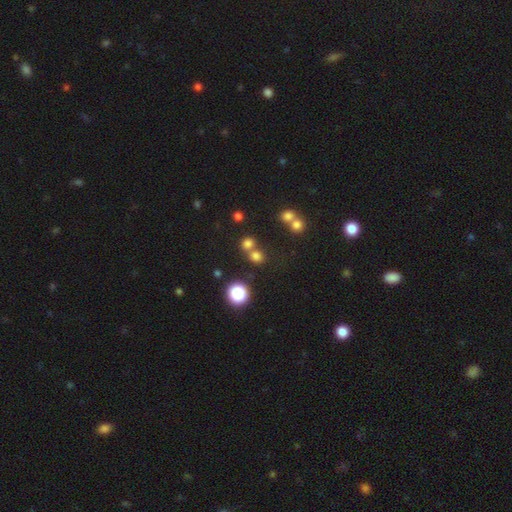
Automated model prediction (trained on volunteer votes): Morphology: type=smooth (70%); roundness=round (82%); merging=none (58%).